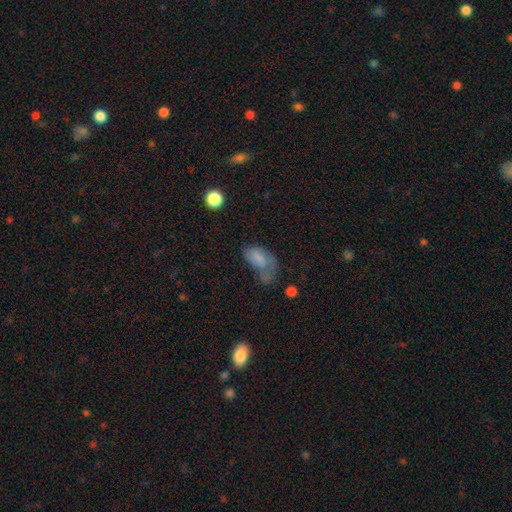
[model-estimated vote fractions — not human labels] Overall: smooth (62%; featured or disk 26%). How rounded: in between (90%). Merging: major disturbance (31%; none 30%).